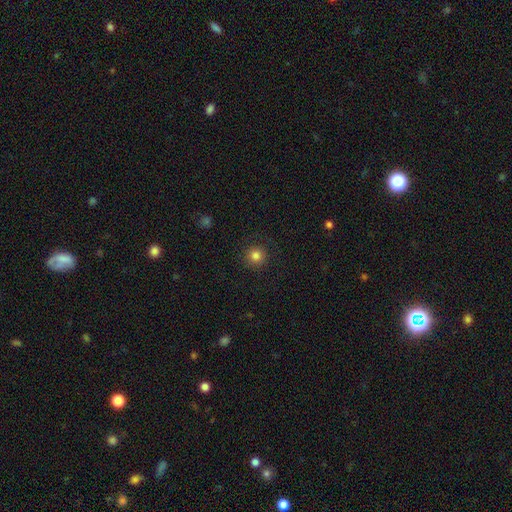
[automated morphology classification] Smooth or featured: smooth — 83% (star or artifact — 12%)
How rounded: round — 95% (in between — 4%)
Merging: none — 90% (minor disturbance — 6%)